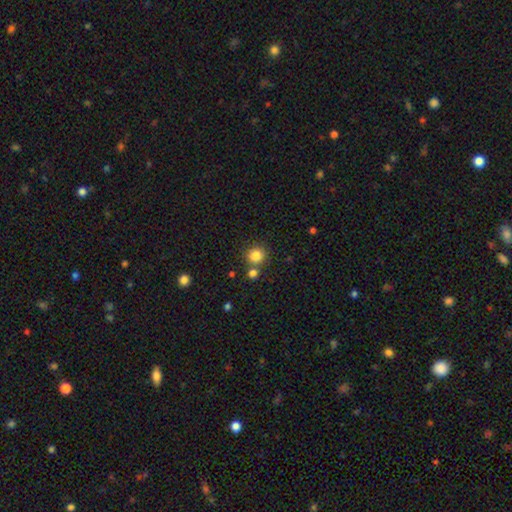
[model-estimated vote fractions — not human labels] Morphology: type=smooth (84%); roundness=round (90%); merging=none (72%).